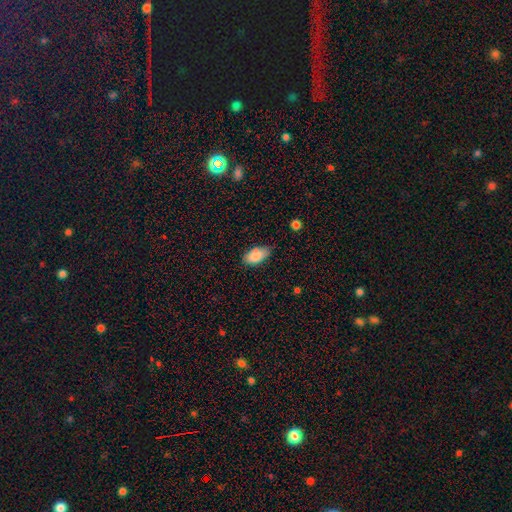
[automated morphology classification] A smooth galaxy with no disk features (86%) that is in between round and cigar-shaped (92%). Merging: none (62%).